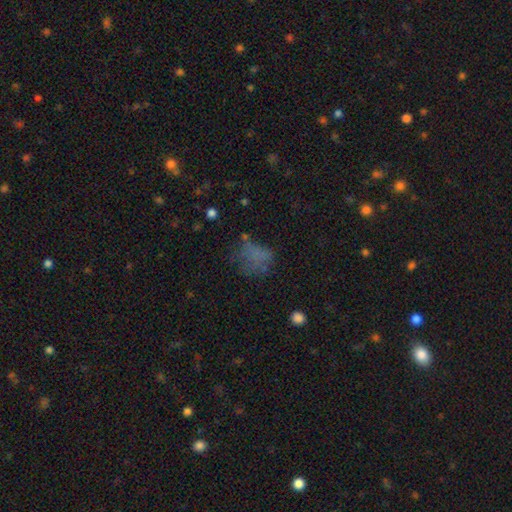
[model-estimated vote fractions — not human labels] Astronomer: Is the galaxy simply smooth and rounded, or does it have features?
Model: smooth — 56%.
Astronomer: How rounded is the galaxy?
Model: in between — 54% (runner-up: round, 43%).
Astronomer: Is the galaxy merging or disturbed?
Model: none — 41% (runner-up: major disturbance, 31%).